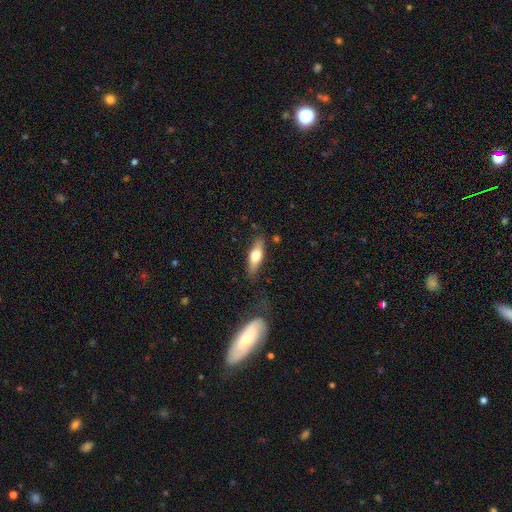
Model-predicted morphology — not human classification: Smooth or featured? Predicted: smooth (p=0.59). How rounded? Predicted: in between (p=0.54). Merging? Predicted: none (p=0.79).